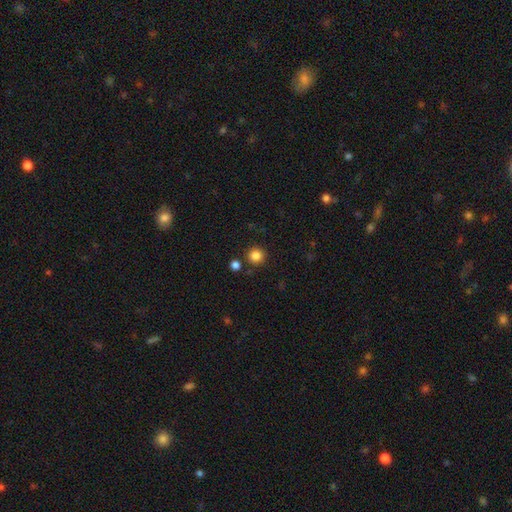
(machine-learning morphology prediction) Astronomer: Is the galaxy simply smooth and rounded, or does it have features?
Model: smooth — 84%.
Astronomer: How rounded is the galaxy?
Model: round — 94%.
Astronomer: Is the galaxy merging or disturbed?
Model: none — 87%.